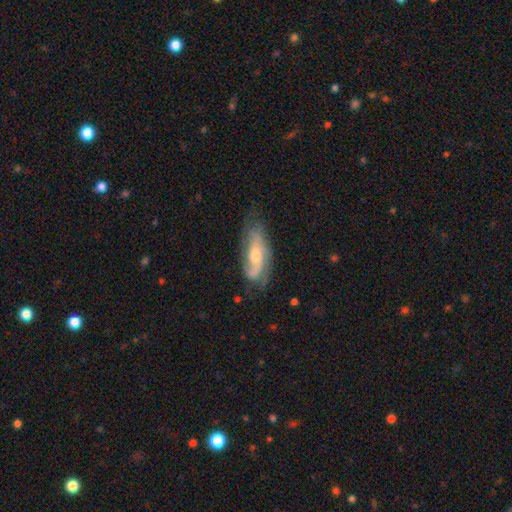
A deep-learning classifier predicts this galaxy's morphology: Smooth or featured? Predicted: featured or disk (p=0.68). Edge-on disk? Predicted: no (p=0.87). Bar? Predicted: no (p=0.62). Spiral arms? Predicted: yes (p=0.87). Spiral winding? Predicted: medium (p=0.40). Spiral arm count? Predicted: 2 (p=0.53). Bulge size? Predicted: moderate (p=0.52). Merging? Predicted: none (p=0.61).